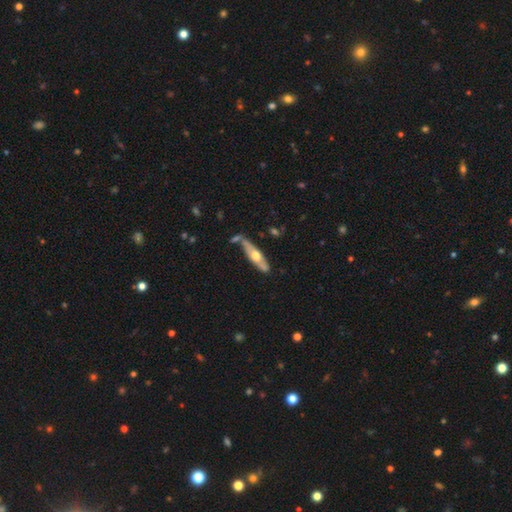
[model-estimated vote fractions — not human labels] This is possibly a featured or disk galaxy (53%). It is likely viewed edge-on (75%). Merging: likely none (67%).